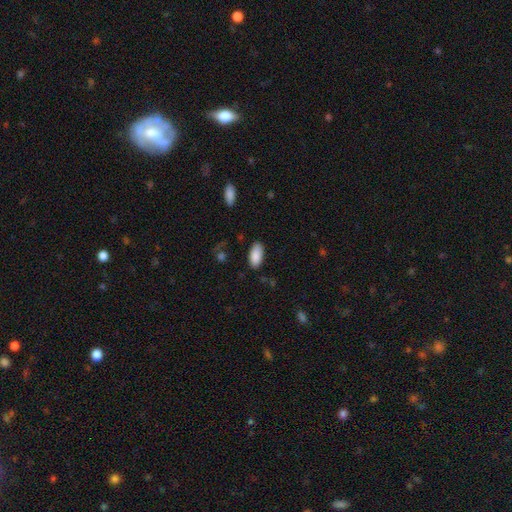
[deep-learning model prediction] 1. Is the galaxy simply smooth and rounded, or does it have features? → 89% smooth, 7% star or artifact, 5% featured or disk.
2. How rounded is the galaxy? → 92% in between, 7% cigar-shaped, 2% round.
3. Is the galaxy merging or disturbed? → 84% none, 12% minor disturbance, 3% major disturbance, 1% merger.